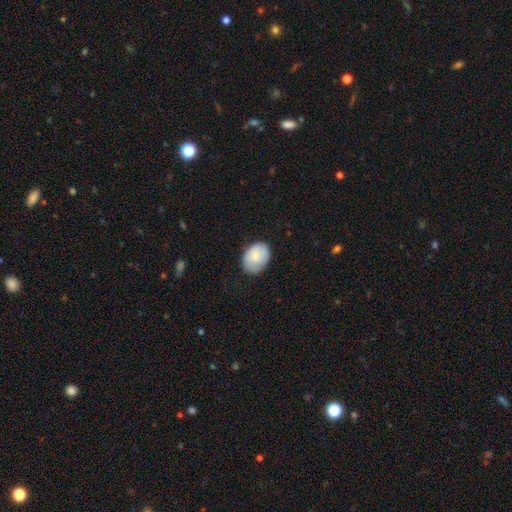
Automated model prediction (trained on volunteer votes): smooth-or-featured: smooth: 76% | featured or disk: 17% | star or artifact: 6%
  how-rounded: in between: 71% | round: 28% | cigar-shaped: 1%
  merging: none: 74% | minor disturbance: 21% | major disturbance: 4% | merger: 1%